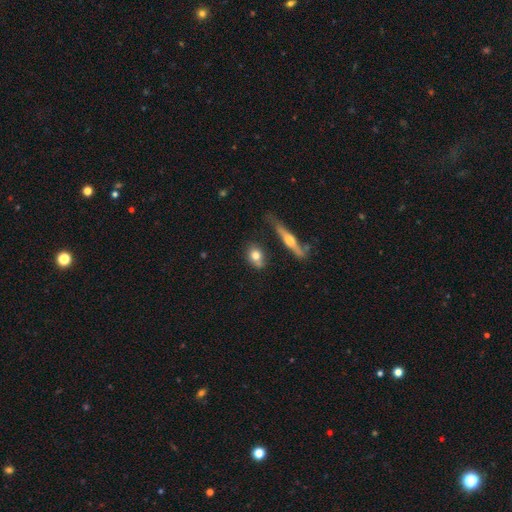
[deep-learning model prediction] Overall: smooth (71%). How rounded: in between (51%; round 42%). Merging: none (63%).